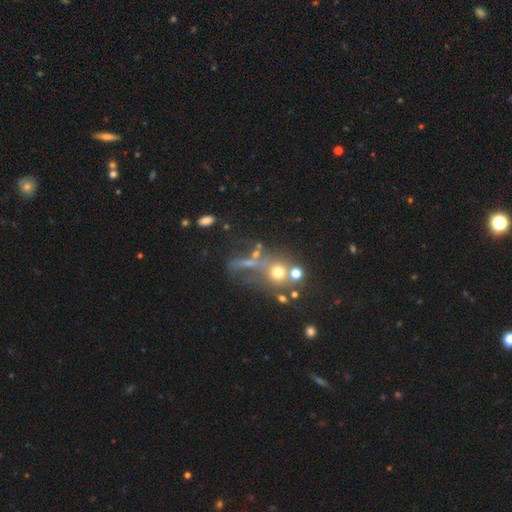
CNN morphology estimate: Overall: smooth (40%; star or artifact 35%). Merging: none (43%; merger 28%).